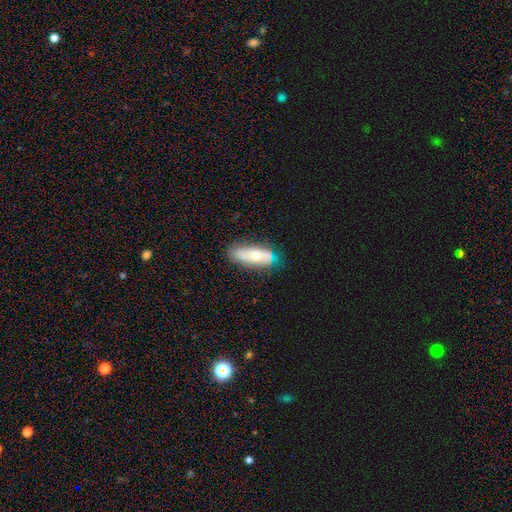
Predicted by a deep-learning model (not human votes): This appears to be a smooth galaxy with no disk features (49%). Merging: none (75%).